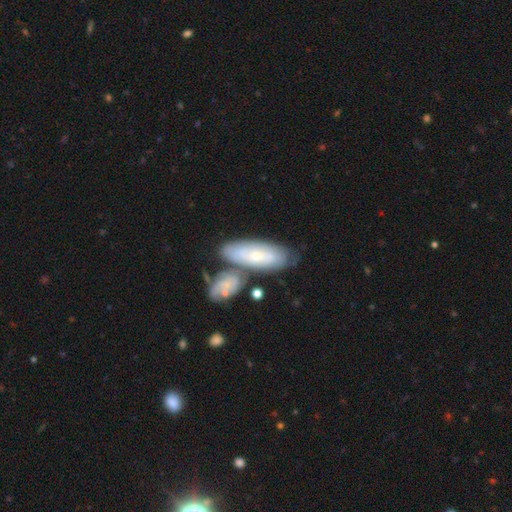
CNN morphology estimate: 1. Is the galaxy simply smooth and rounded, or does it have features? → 50% featured or disk, 44% smooth, 6% star or artifact.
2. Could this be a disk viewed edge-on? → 81% no, 19% yes.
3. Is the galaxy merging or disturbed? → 54% none, 26% merger, 15% minor disturbance, 5% major disturbance.